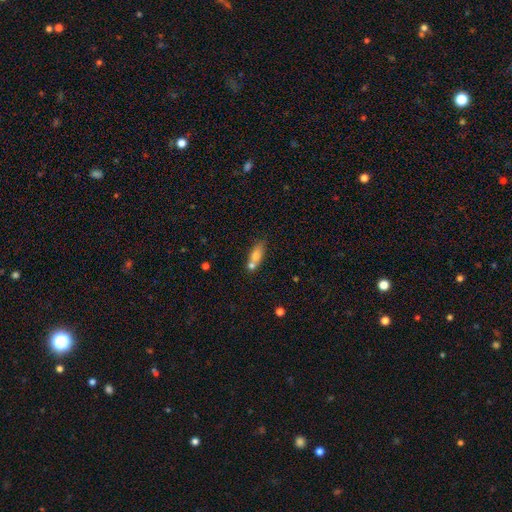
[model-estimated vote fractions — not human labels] smooth 72%, featured or disk 19%, star or artifact 9%. Down the decision tree: how rounded — in between (69%); merging — none (42%).